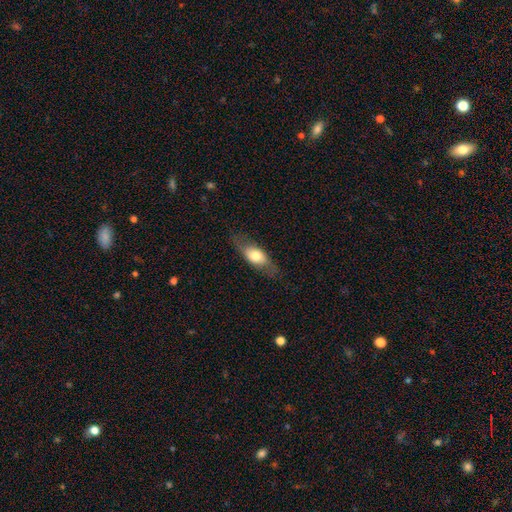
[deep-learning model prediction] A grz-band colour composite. It shows a smooth galaxy with no disk features (57%) that is in between round and cigar-shaped (72%). Merging: none (76%).